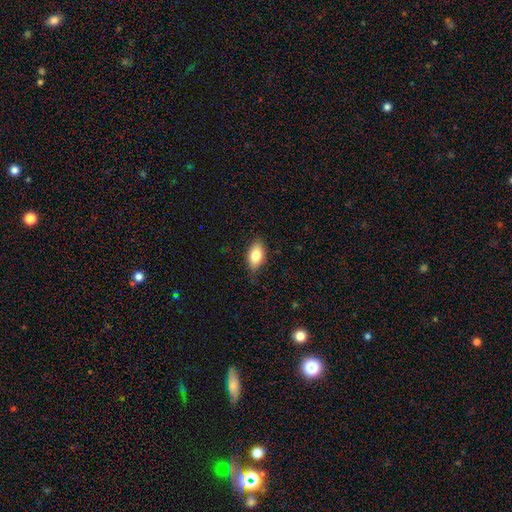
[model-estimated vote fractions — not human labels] This is clearly a smooth galaxy (82%). How rounded: clearly in between (90%). Merging: clearly none (81%).